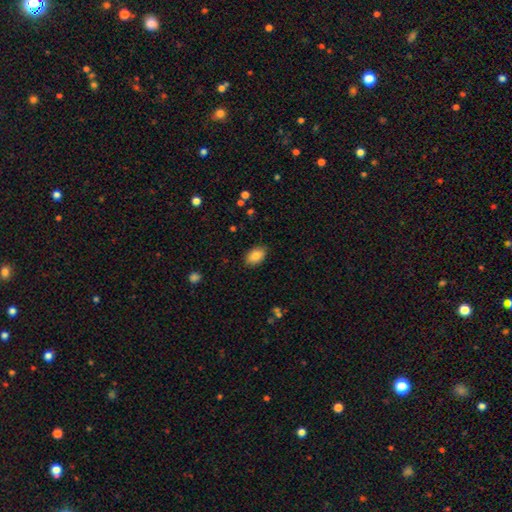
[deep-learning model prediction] Smooth or featured? Predicted: smooth (p=0.85). How rounded? Predicted: in between (p=0.89). Merging? Predicted: none (p=0.87).